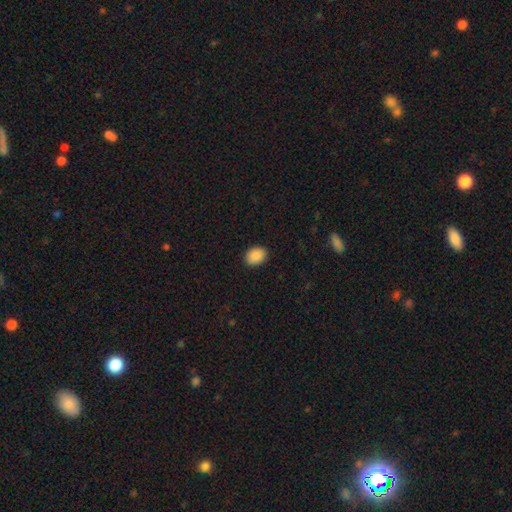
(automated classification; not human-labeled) Q: Smooth or featured?
A: smooth (90%); runner-up: star or artifact (8%)
Q: How rounded?
A: in between (70%); runner-up: round (29%)
Q: Merging?
A: none (90%); runner-up: minor disturbance (7%)